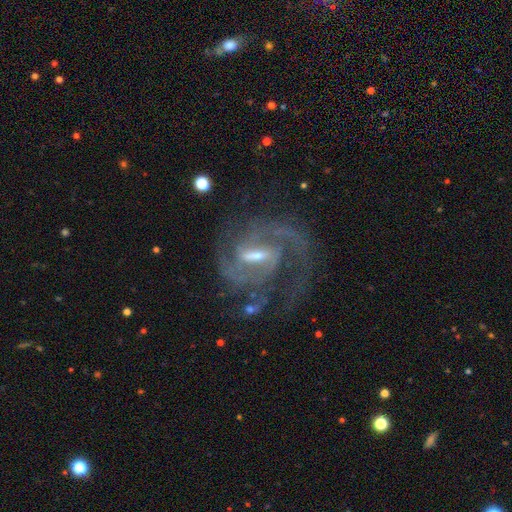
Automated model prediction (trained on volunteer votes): Smooth or featured? Predicted: featured or disk (p=0.91). Edge-on disk? Predicted: no (p=0.97). Bar? Predicted: weak (p=0.47). Spiral arms? Predicted: yes (p=0.98). Spiral winding? Predicted: medium (p=0.53). Spiral arm count? Predicted: 2 (p=0.59). Bulge size? Predicted: small (p=0.53). Merging? Predicted: none (p=0.59).